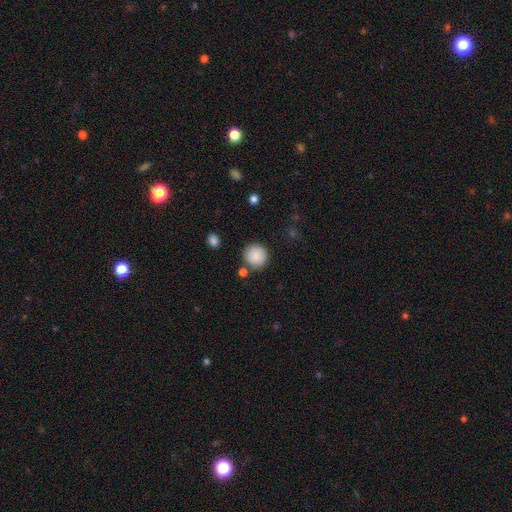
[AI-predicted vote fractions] This is clearly a smooth galaxy (88%). How rounded: clearly round (93%). Merging: clearly none (83%).